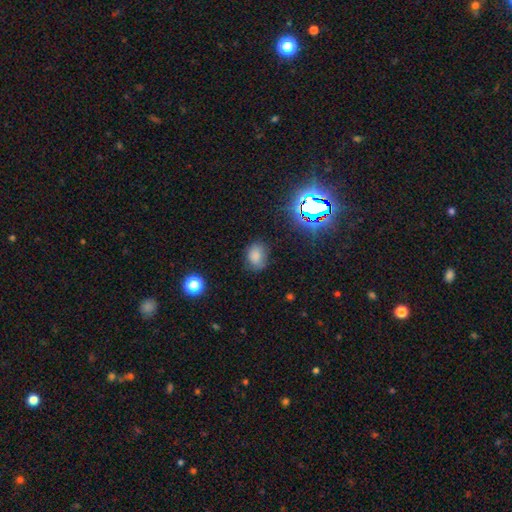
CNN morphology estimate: Smooth or featured? Predicted: smooth (p=0.76). How rounded? Predicted: in between (p=0.62). Merging? Predicted: none (p=0.69).